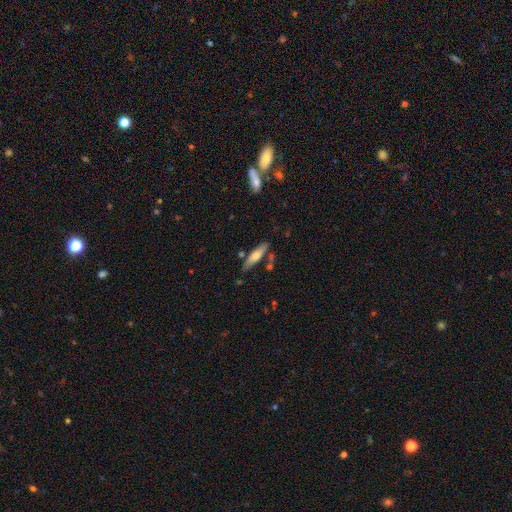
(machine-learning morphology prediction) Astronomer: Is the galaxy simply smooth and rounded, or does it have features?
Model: smooth — 59% (runner-up: featured or disk, 35%).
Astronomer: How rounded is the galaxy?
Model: cigar-shaped — 73%.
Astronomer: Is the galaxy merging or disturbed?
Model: none — 73%.